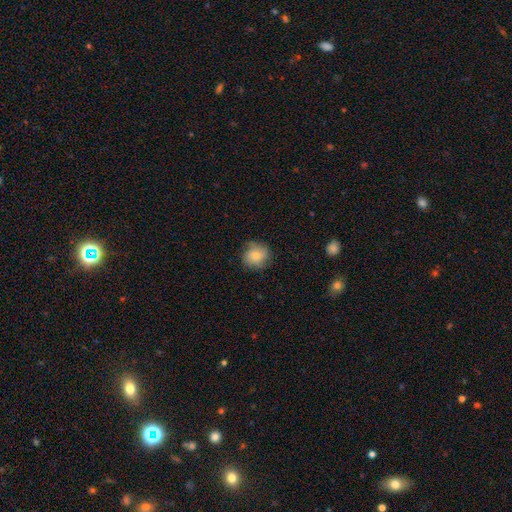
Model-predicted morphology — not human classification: This appears to be a smooth galaxy with no disk features (74%) that is round (84%). Merging: none (71%).